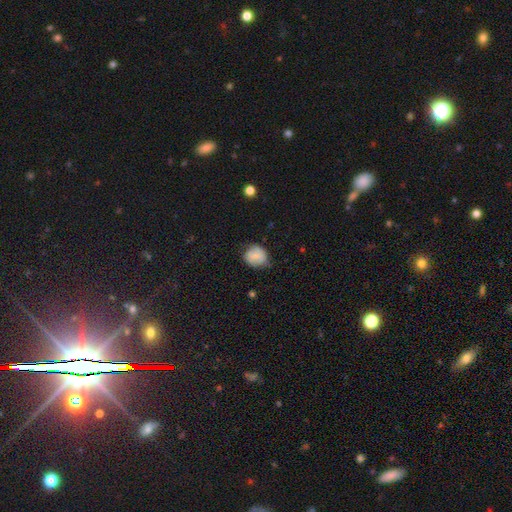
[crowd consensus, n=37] smooth_or_featured: smooth (p=0.73) [alt: featured or disk p=0.16]
how_rounded: round (p=0.85) [alt: in between p=0.15]
merging: none (p=0.70) [alt: minor disturbance p=0.27]